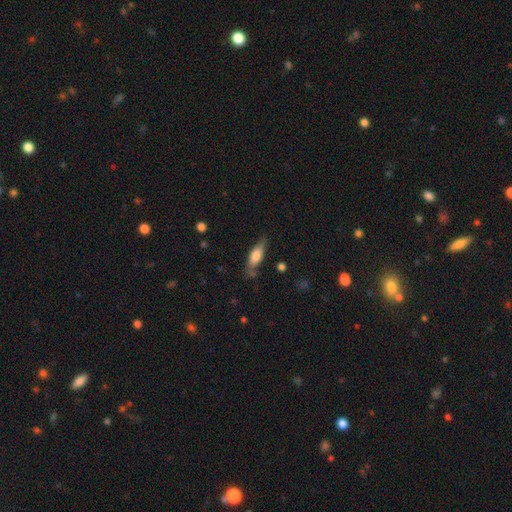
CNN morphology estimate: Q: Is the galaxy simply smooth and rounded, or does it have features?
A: smooth — 66%.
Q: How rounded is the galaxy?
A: in between — 53%.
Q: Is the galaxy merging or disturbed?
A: none — 71%.